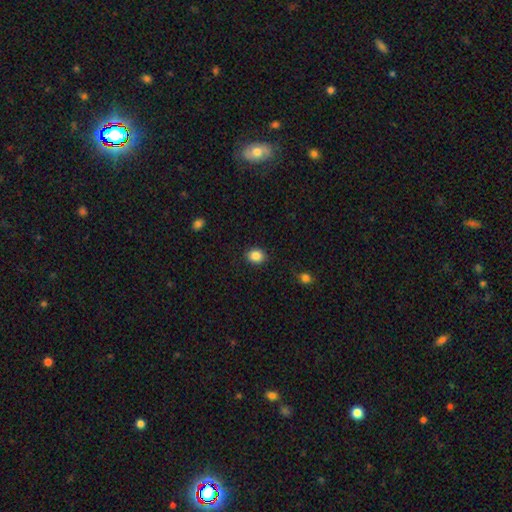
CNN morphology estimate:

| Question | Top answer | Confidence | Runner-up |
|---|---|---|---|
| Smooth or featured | smooth | 87% | star or artifact (9%) |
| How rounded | round | 60% | in between (40%) |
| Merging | none | 89% | minor disturbance (8%) |